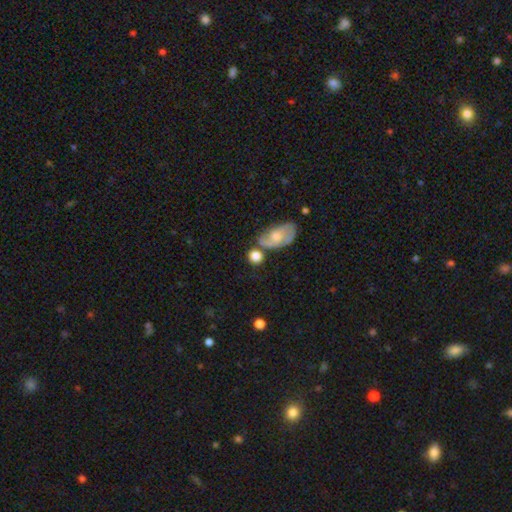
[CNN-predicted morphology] Q: Smooth or featured?
A: smooth (77%); runner-up: featured or disk (15%)
Q: How rounded?
A: round (74%); runner-up: in between (24%)
Q: Merging?
A: none (58%); runner-up: merger (19%)